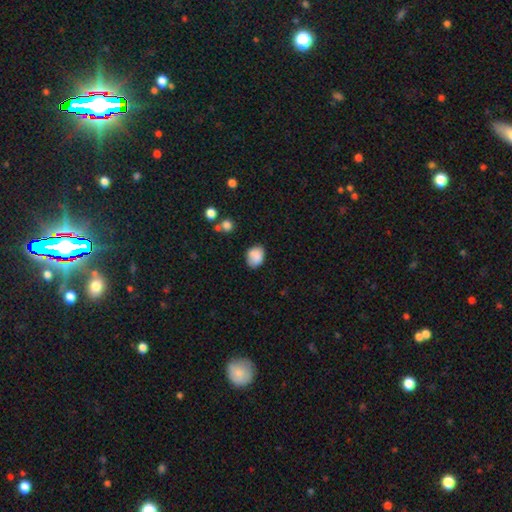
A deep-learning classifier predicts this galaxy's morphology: Overall: smooth (85%). How rounded: in between (58%; round 41%). Merging: none (73%).